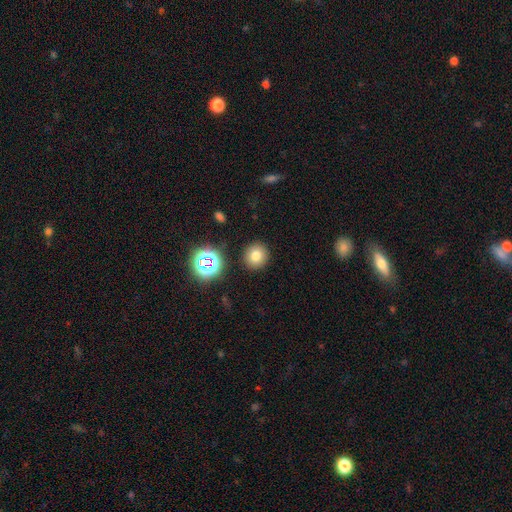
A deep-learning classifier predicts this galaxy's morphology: Overall: smooth (75%). How rounded: round (91%). Merging: none (89%).